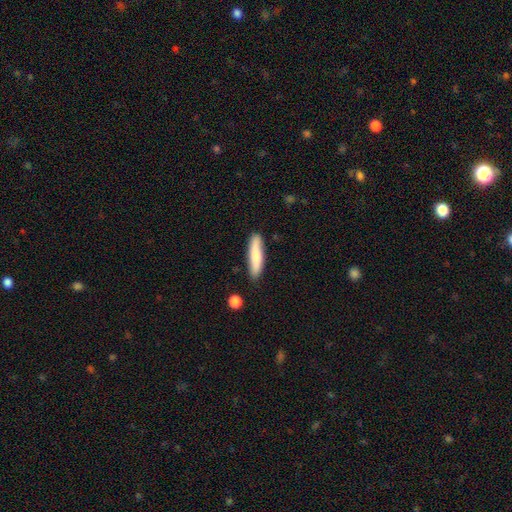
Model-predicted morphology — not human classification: Overall: smooth (76%). How rounded: cigar-shaped (81%). Merging: none (84%).